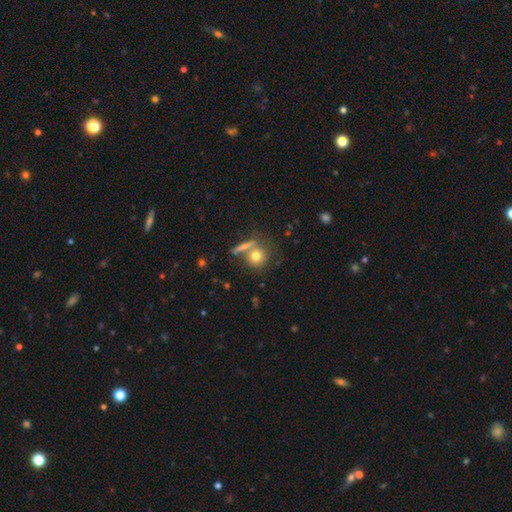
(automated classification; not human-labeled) Overall: smooth (74%). How rounded: round (87%). Merging: none (59%; merger 23%).